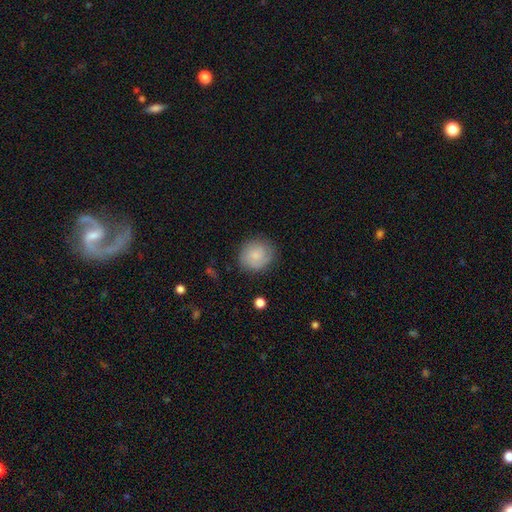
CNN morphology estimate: Overall: smooth (63%; featured or disk 29%). How rounded: round (82%). Merging: none (79%).